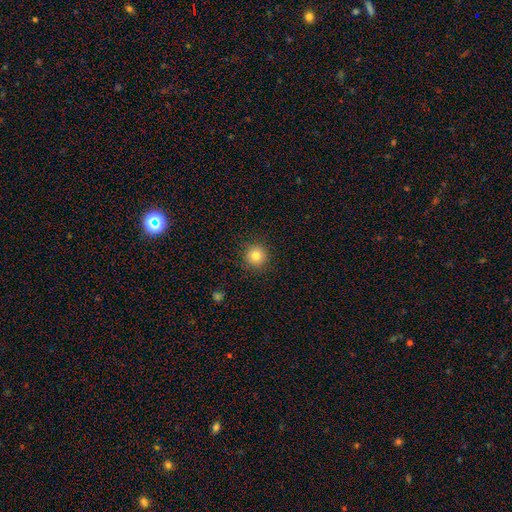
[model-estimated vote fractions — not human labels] Q: Smooth or featured?
A: smooth (81%); runner-up: star or artifact (12%)
Q: How rounded?
A: round (94%); runner-up: in between (5%)
Q: Merging?
A: none (91%); runner-up: minor disturbance (6%)